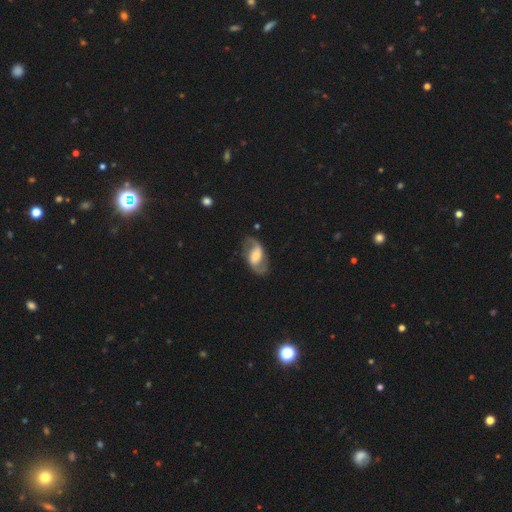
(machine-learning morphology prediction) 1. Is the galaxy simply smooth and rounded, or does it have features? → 82% featured or disk, 13% smooth, 5% star or artifact.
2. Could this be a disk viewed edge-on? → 96% no, 4% yes.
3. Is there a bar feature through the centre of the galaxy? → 45% weak, 29% strong, 26% no.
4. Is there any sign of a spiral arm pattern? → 92% yes, 8% no.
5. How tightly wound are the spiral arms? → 47% loose, 41% medium, 12% tight.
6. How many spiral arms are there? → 92% 2, 4% can't tell, 2% 1, 1% 3, 1% 4, 1% more than 4.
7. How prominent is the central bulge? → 54% moderate, 28% small, 13% large, 3% none, 2% dominant.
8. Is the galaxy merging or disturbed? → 78% none, 14% minor disturbance, 7% major disturbance, 2% merger.